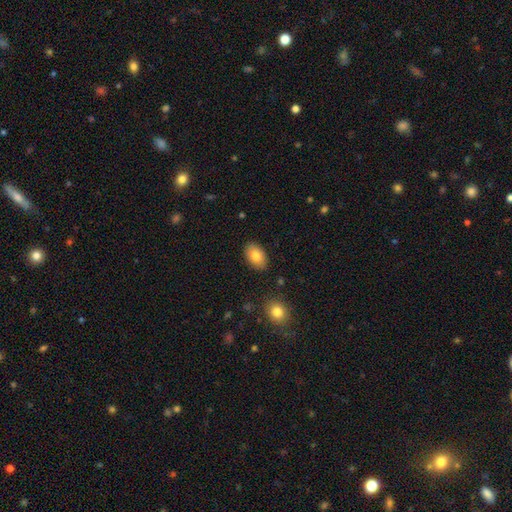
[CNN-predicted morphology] Q: Smooth or featured?
A: smooth (81%); runner-up: featured or disk (12%)
Q: How rounded?
A: in between (91%); runner-up: round (8%)
Q: Merging?
A: none (87%); runner-up: minor disturbance (9%)